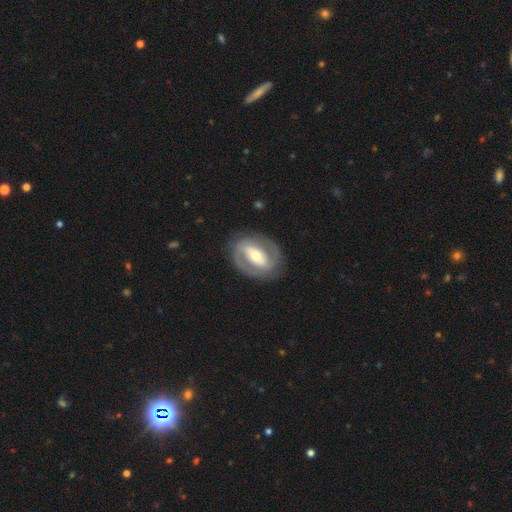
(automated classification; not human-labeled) featured or disk 81%, smooth 14%, star or artifact 5%. Down the decision tree: edge-on disk — no (96%); bar — strong (52%); spiral arms — yes (81%); spiral arm count — 2 (86%); spiral winding — tight (43%); bulge size — moderate (61%); merging — none (83%).